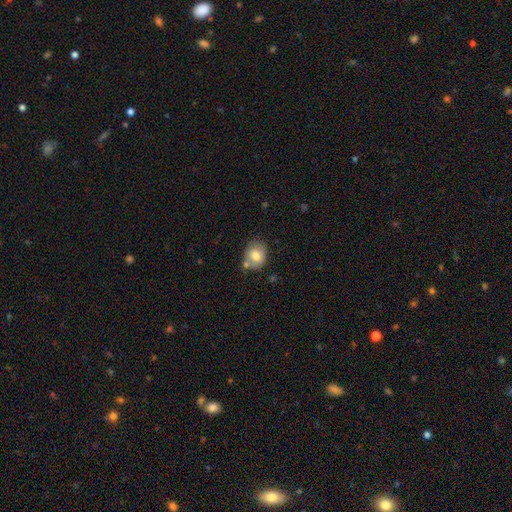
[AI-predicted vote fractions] A smooth galaxy with no disk features (75%) that is round (61%).

Vote fractions:
- Smooth or featured? smooth: 75% / featured or disk: 16% / star or artifact: 9%
- How rounded? round: 61% / in between: 38% / cigar-shaped: 1%
- Merging? none: 64% / minor disturbance: 18% / merger: 14% / major disturbance: 4%